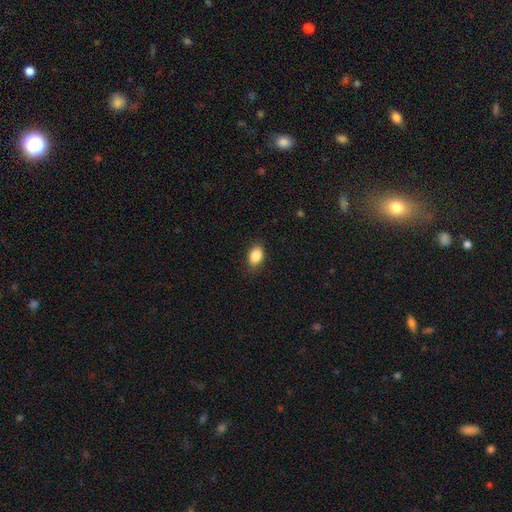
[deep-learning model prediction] smooth_or_featured: smooth (p=0.87) [alt: star or artifact p=0.08]
how_rounded: in between (p=0.83) [alt: round p=0.15]
merging: none (p=0.85) [alt: minor disturbance p=0.12]